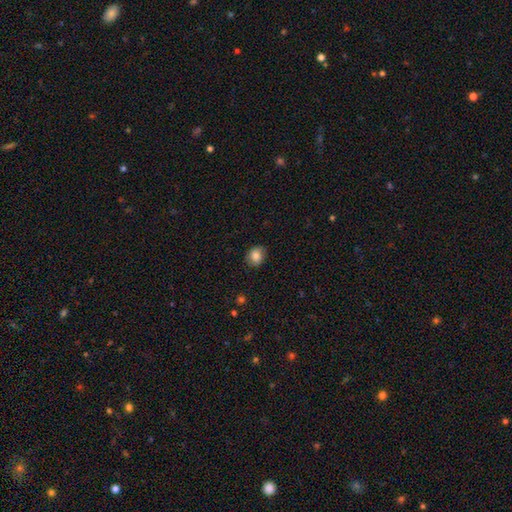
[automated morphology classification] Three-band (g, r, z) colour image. It shows a smooth galaxy with no disk features (84%) that is round (55%). Merging: none (85%).